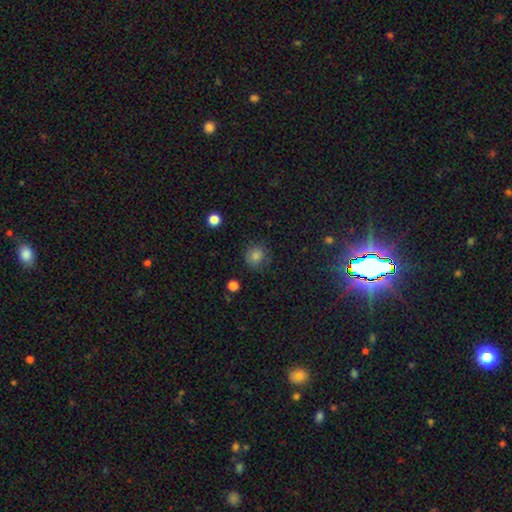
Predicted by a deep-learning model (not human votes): Smooth or featured? Predicted: smooth (p=0.80). How rounded? Predicted: round (p=0.87). Merging? Predicted: none (p=0.81).